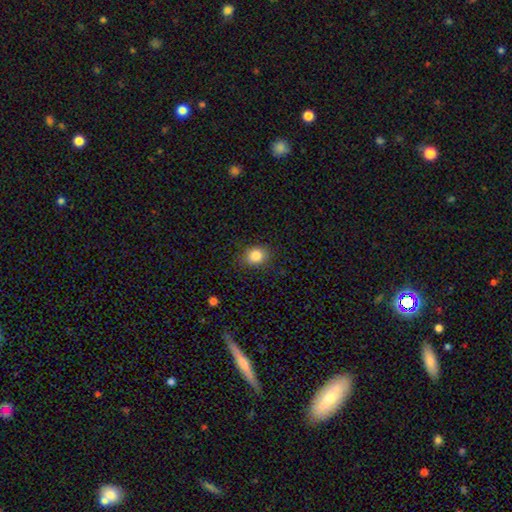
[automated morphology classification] smooth-or-featured: smooth: 84% | star or artifact: 10% | featured or disk: 6%
  how-rounded: round: 64% | in between: 35% | cigar-shaped: 1%
  merging: none: 85% | minor disturbance: 11% | major disturbance: 3% | merger: 1%